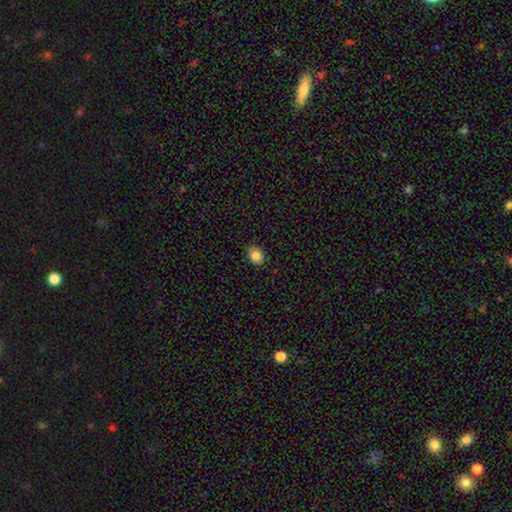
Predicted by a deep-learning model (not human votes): smooth 85%, star or artifact 9%, featured or disk 6%. Down the decision tree: how rounded — in between (54%); merging — none (86%).